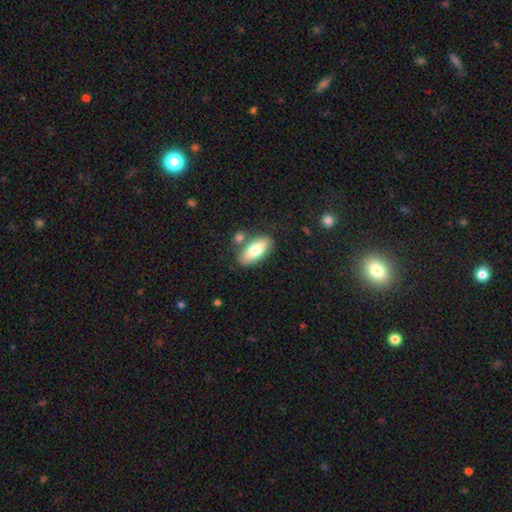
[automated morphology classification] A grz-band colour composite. It shows a smooth galaxy with no disk features (71%) that is in between round and cigar-shaped (88%). Merging: none (72%).